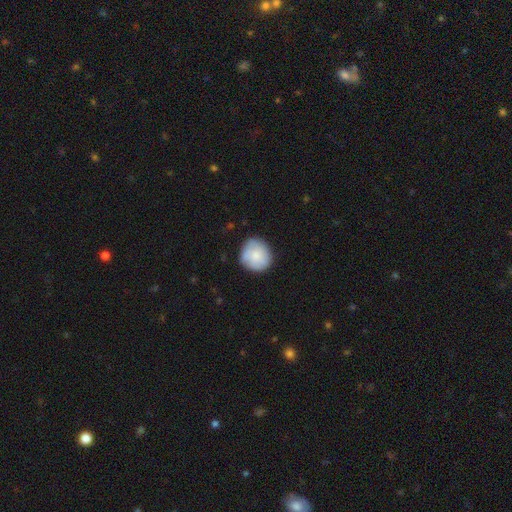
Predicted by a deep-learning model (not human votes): The model was most divided on "smooth or featured": smooth: 73%, featured or disk: 21%, star or artifact: 6%. More confident: how rounded — round (89%); merging — none (76%).